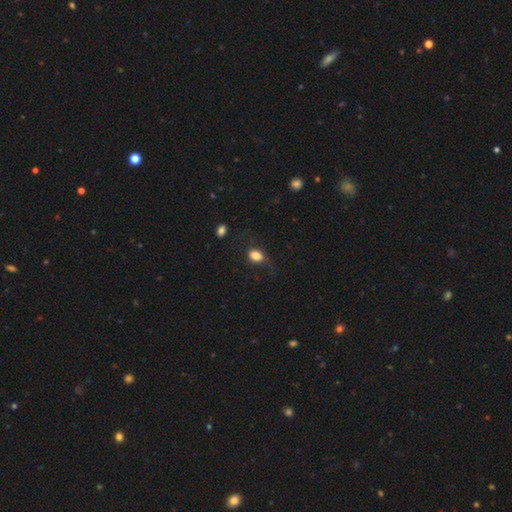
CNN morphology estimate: Smooth or featured? Predicted: smooth (p=0.82). How rounded? Predicted: in between (p=0.69). Merging? Predicted: none (p=0.58).